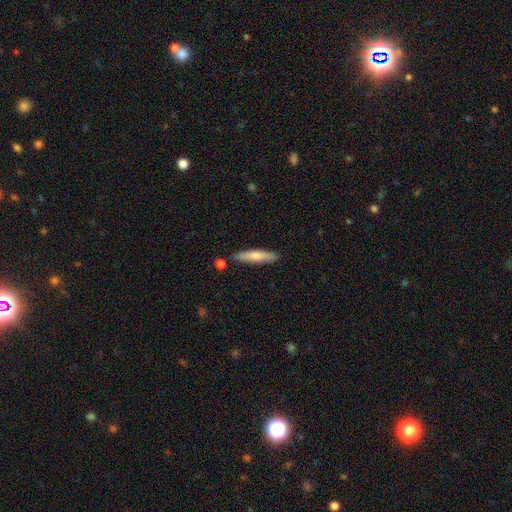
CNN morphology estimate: Smooth or featured: smooth — 73% (featured or disk — 22%)
How rounded: cigar-shaped — 84% (in between — 14%)
Merging: none — 81% (minor disturbance — 12%)